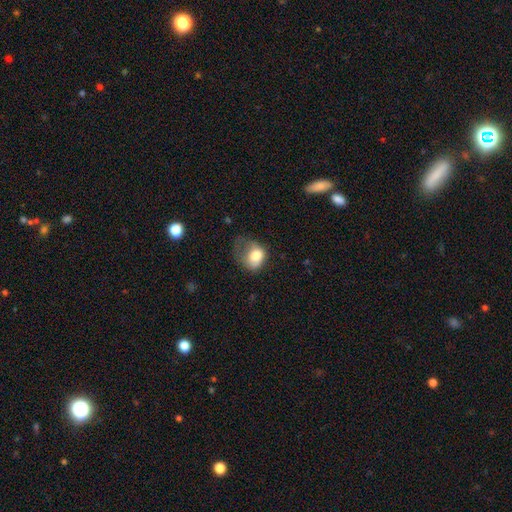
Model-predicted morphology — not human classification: Smooth or featured?
  - smooth: 74% *
  - featured or disk: 17%
  - star or artifact: 9%
How rounded?
  - in between: 53% *
  - round: 46%
  - cigar-shaped: 1%
Merging?
  - major disturbance: 50% *
  - minor disturbance: 30%
  - none: 18%
  - merger: 3%